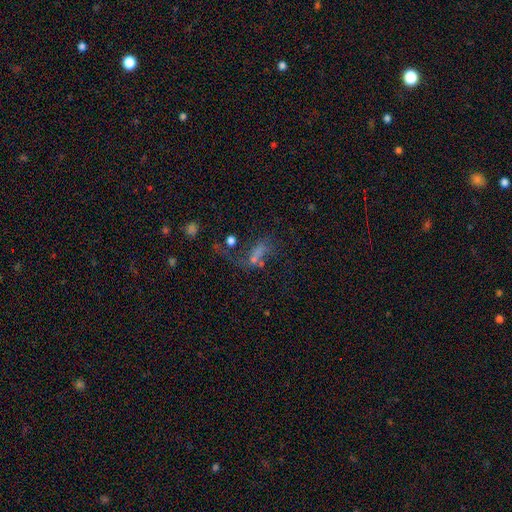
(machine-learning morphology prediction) Q: Smooth or featured?
A: featured or disk (36%); runner-up: star or artifact (35%)
Q: Merging?
A: major disturbance (33%); runner-up: none (31%)